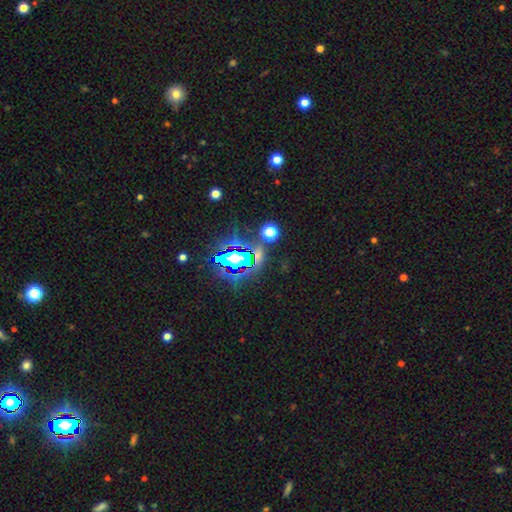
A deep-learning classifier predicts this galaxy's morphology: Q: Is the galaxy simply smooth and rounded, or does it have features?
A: star or artifact — 74%.